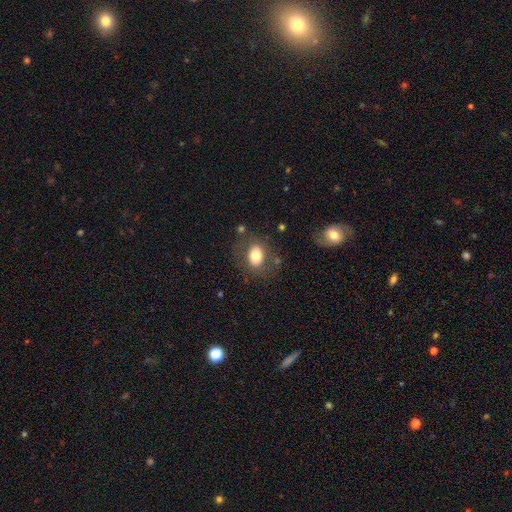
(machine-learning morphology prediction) A smooth galaxy with no disk features (74%) that is in between round and cigar-shaped (63%).

Vote fractions:
- Smooth or featured? smooth: 74% / featured or disk: 17% / star or artifact: 9%
- How rounded? in between: 63% / round: 36% / cigar-shaped: 1%
- Merging? none: 74% / minor disturbance: 15% / major disturbance: 8% / merger: 4%